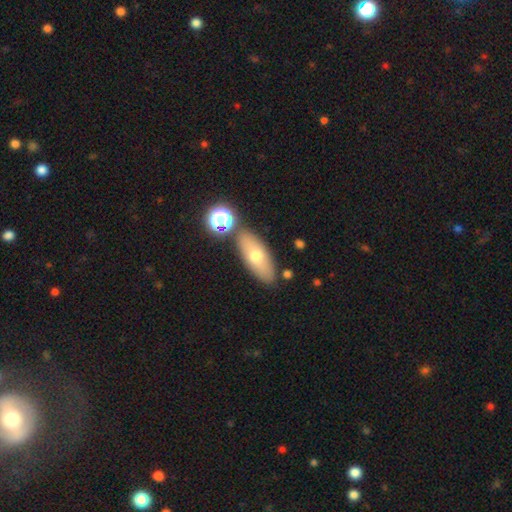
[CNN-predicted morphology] Q: Smooth or featured?
A: smooth (63%); runner-up: featured or disk (27%)
Q: How rounded?
A: in between (74%); runner-up: cigar-shaped (20%)
Q: Merging?
A: none (79%); runner-up: minor disturbance (10%)